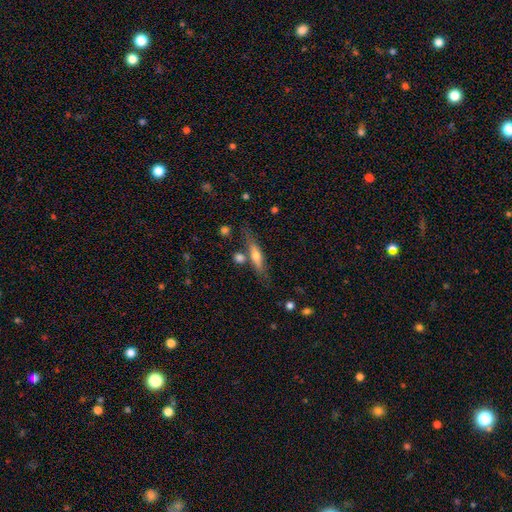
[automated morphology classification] smooth 48%, featured or disk 45%, star or artifact 7%. Down the decision tree: merging — none (67%).